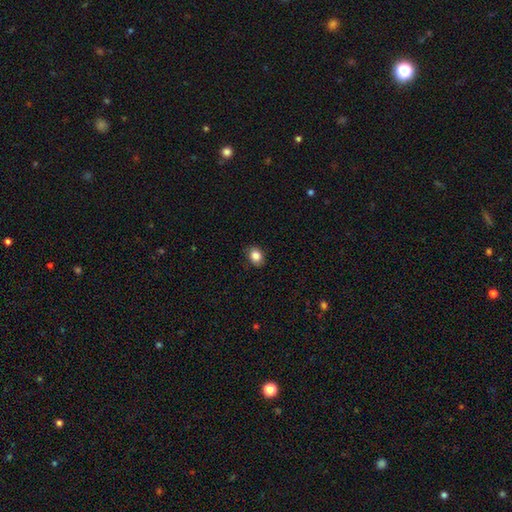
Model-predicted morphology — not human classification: This appears to be a smooth galaxy with no disk features (85%) that is in between round and cigar-shaped (53%). Merging: none (84%).